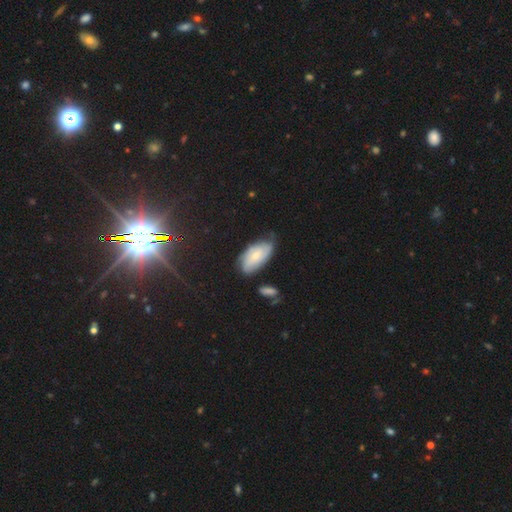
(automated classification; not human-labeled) The model was most divided on "smooth or featured": featured or disk: 49%, smooth: 43%, star or artifact: 8%. More confident: merging — none (58%).